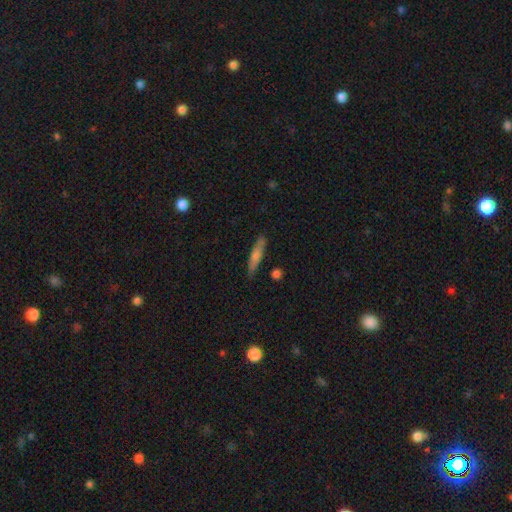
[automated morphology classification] smooth-or-featured: smooth: 57% | featured or disk: 36% | star or artifact: 7%
  how-rounded: cigar-shaped: 86% | in between: 12% | round: 2%
  merging: none: 84% | minor disturbance: 12% | major disturbance: 2% | merger: 2%